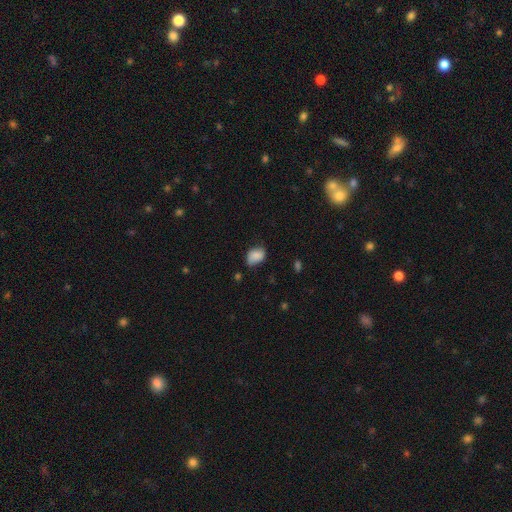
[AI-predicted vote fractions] The model was most divided on "merging": none: 56%, minor disturbance: 34%, major disturbance: 8%, merger: 2%. More confident: smooth or featured — smooth (82%); how rounded — in between (74%).